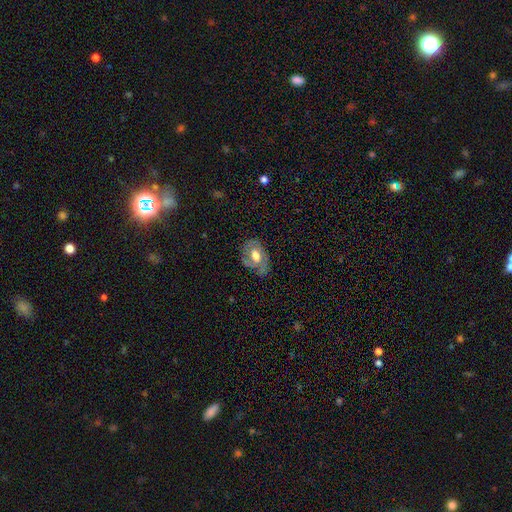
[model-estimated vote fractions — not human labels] featured or disk 54%, smooth 39%, star or artifact 7%. Down the decision tree: edge-on disk — no (94%); bar — no (67%); spiral arms — yes (55%); bulge size — moderate (55%); merging — none (57%).